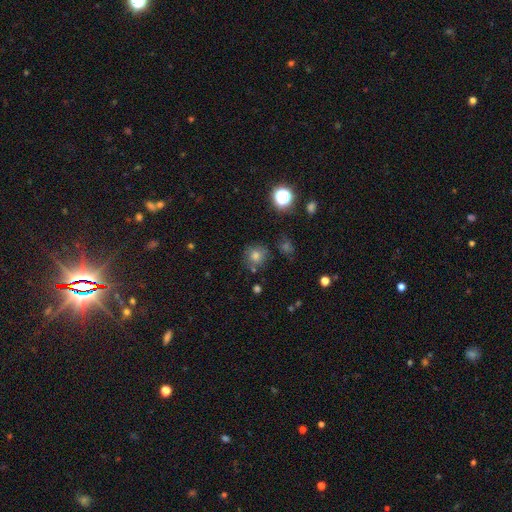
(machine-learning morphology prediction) type=smooth (65%); roundness=round (86%); merging=none (76%).